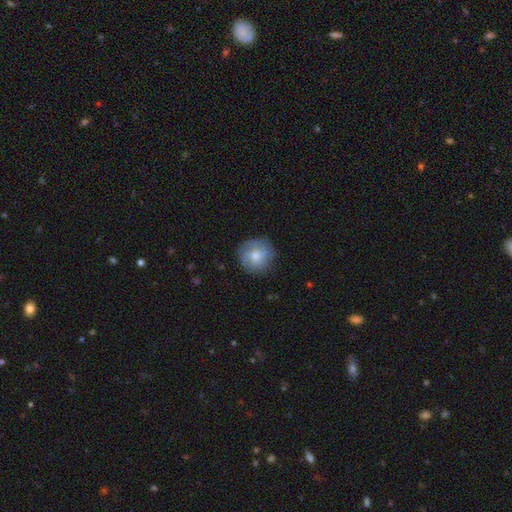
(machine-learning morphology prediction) smooth 54%, featured or disk 37%, star or artifact 9%. Down the decision tree: how rounded — round (91%); merging — none (81%).